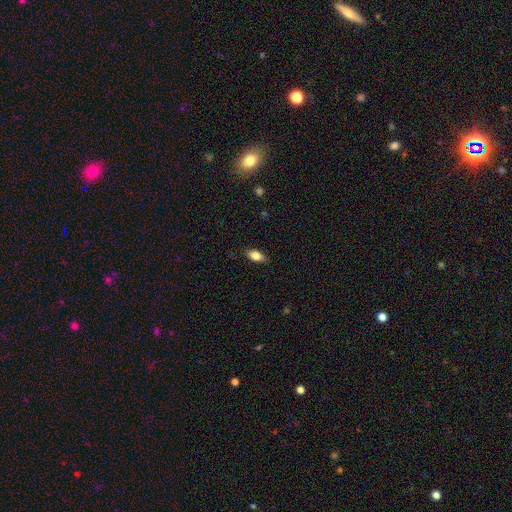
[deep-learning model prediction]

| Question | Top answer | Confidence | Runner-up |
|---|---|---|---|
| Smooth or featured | smooth | 80% | featured or disk (12%) |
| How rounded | in between | 85% | cigar-shaped (10%) |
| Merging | none | 84% | minor disturbance (12%) |